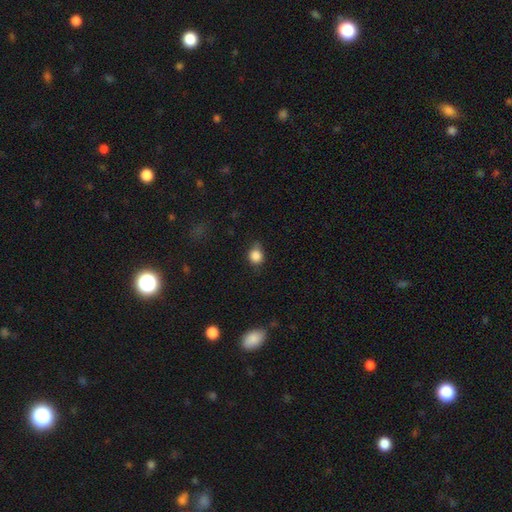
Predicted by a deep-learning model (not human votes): Smooth or featured: smooth — 85% (star or artifact — 10%)
How rounded: round — 70% (in between — 29%)
Merging: none — 62% (minor disturbance — 29%)